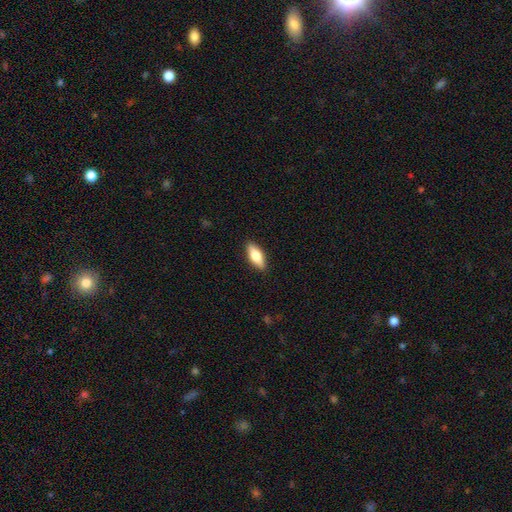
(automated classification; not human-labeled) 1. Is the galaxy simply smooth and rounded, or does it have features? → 70% smooth, 24% featured or disk, 6% star or artifact.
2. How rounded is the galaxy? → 74% in between, 23% cigar-shaped, 3% round.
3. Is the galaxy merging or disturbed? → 89% none, 8% minor disturbance, 2% major disturbance, 1% merger.